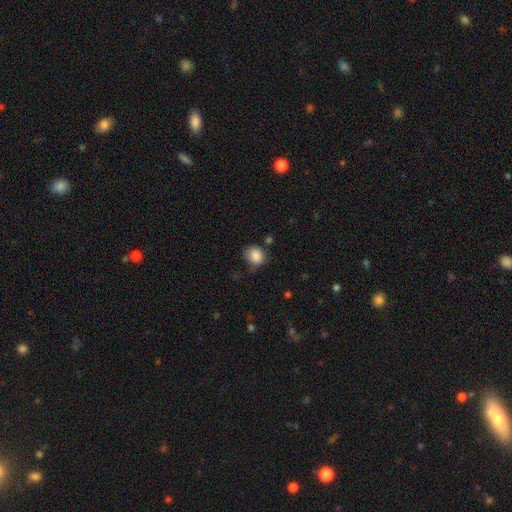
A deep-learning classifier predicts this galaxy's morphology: This appears to be a smooth galaxy with no disk features (86%) that is round (67%). Merging: none (62%).